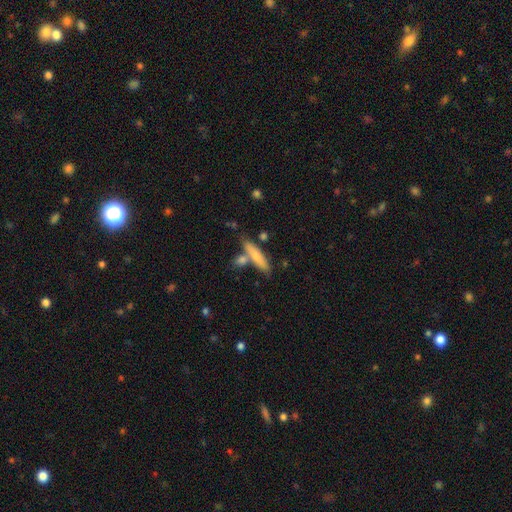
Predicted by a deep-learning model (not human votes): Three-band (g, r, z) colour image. It shows a smooth galaxy with no disk features (71%) that is cigar-shaped (79%). Merging: none (66%).